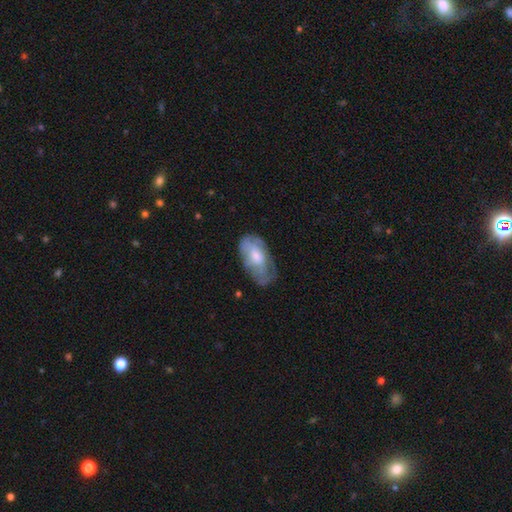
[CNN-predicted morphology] This appears to be a smooth galaxy with no disk features (50%). Merging: none (51%).